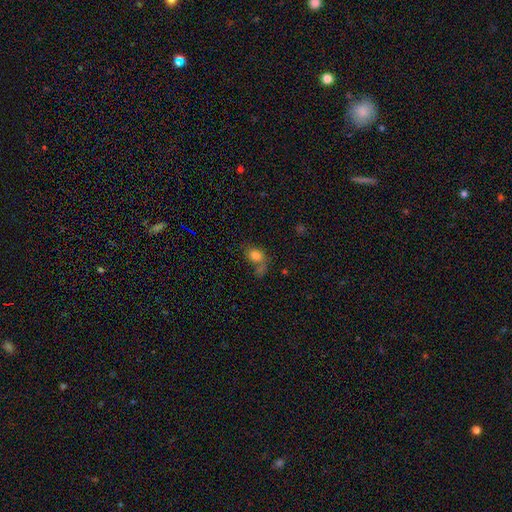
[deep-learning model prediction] smooth-or-featured: smooth: 78% | star or artifact: 11% | featured or disk: 10%
  how-rounded: in between: 58% | round: 40% | cigar-shaped: 2%
  merging: none: 38% | merger: 30% | minor disturbance: 17% | major disturbance: 14%